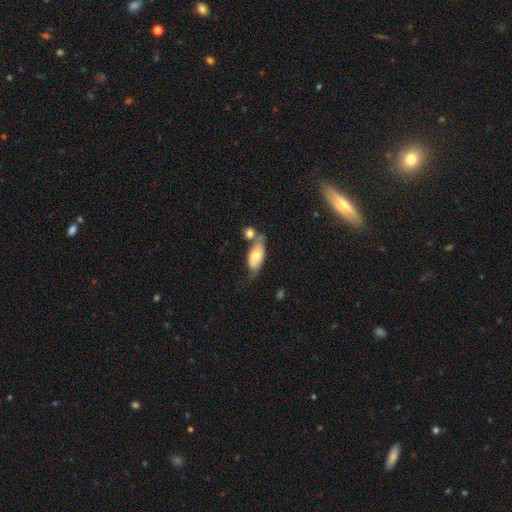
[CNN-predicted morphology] Smooth or featured? Predicted: smooth (p=0.61). How rounded? Predicted: in between (p=0.85). Merging? Predicted: none (p=0.37).